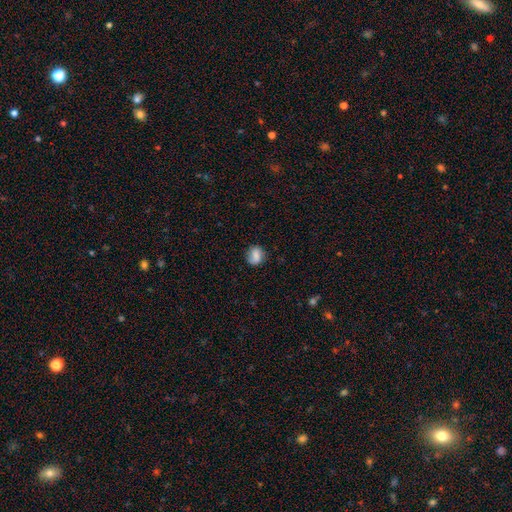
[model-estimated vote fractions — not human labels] Q: Smooth or featured?
A: smooth (72%); runner-up: featured or disk (19%)
Q: How rounded?
A: round (68%); runner-up: in between (31%)
Q: Merging?
A: none (75%); runner-up: minor disturbance (18%)